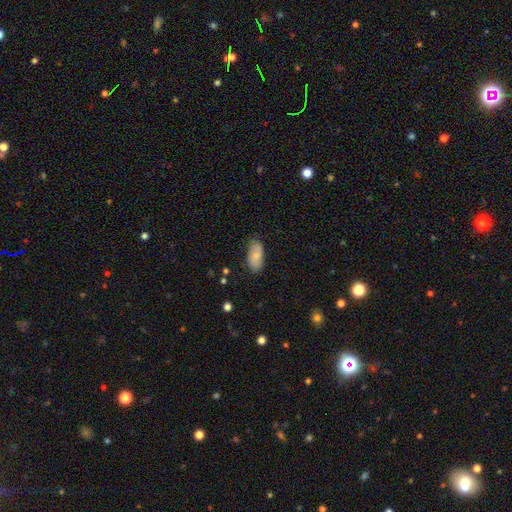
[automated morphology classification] smooth-or-featured: smooth: 78% | featured or disk: 15% | star or artifact: 7%
  how-rounded: in between: 91% | cigar-shaped: 6% | round: 3%
  merging: none: 76% | minor disturbance: 18% | major disturbance: 4% | merger: 1%